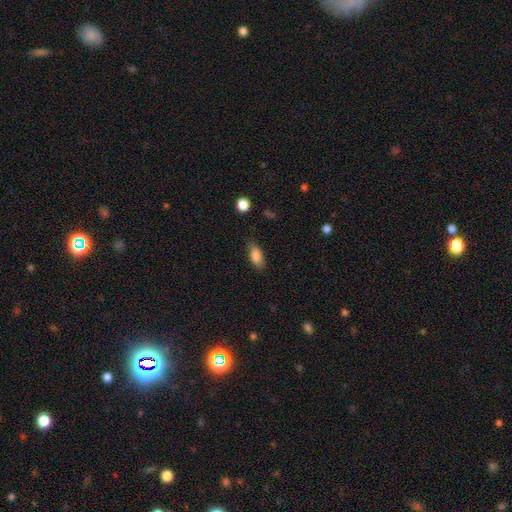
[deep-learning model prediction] This is clearly a smooth galaxy (85%). How rounded: clearly in between (84%). Merging: likely none (78%).